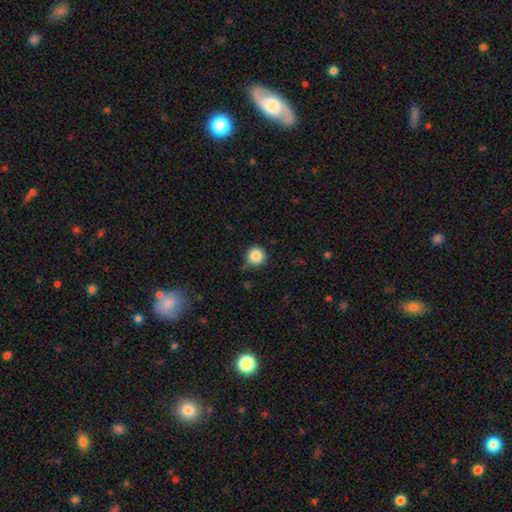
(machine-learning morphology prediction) smooth_or_featured: smooth (p=0.86) [alt: star or artifact p=0.10]
how_rounded: round (p=0.96) [alt: in between p=0.03]
merging: none (p=0.77) [alt: minor disturbance p=0.17]